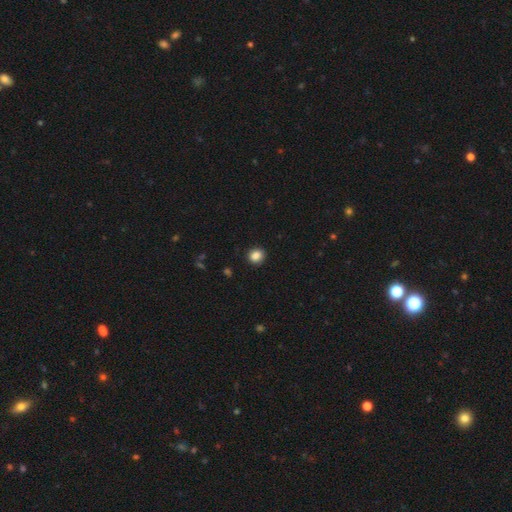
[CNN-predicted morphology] Smooth or featured? Predicted: smooth (p=0.86). How rounded? Predicted: round (p=0.79). Merging? Predicted: none (p=0.90).